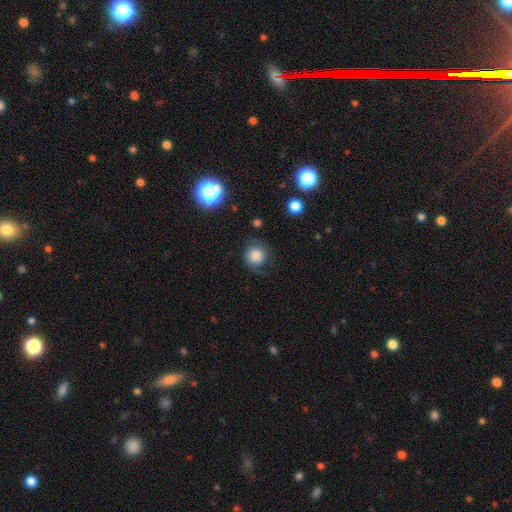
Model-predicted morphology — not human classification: Smooth or featured?
  - smooth: 79% *
  - star or artifact: 11%
  - featured or disk: 10%
How rounded?
  - round: 91% *
  - in between: 8%
  - cigar-shaped: 1%
Merging?
  - none: 74% *
  - minor disturbance: 17%
  - major disturbance: 8%
  - merger: 2%